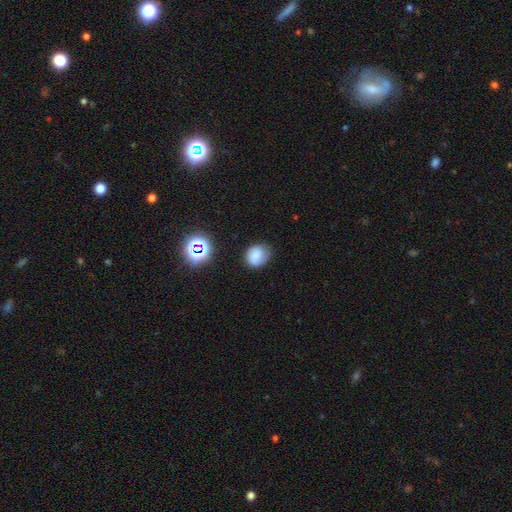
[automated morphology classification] Overall: smooth (72%). How rounded: round (66%; in between 33%). Merging: none (70%).